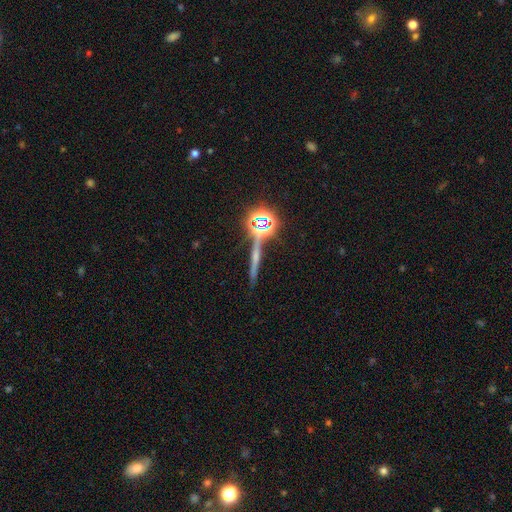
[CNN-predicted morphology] Smooth or featured? Predicted: star or artifact (p=0.41).